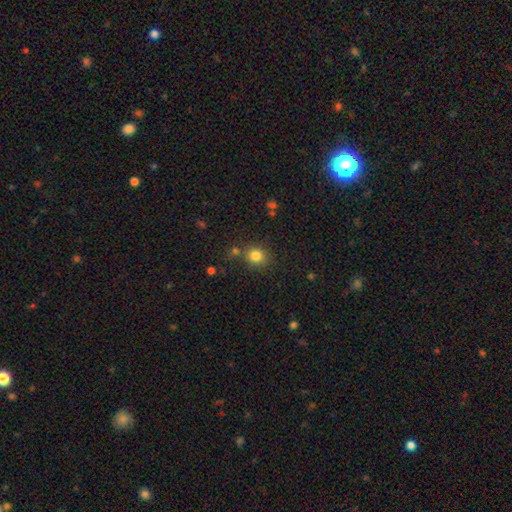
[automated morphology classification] Smooth or featured? smooth (81%)
How rounded? round (81%)
Merging? none (76%)